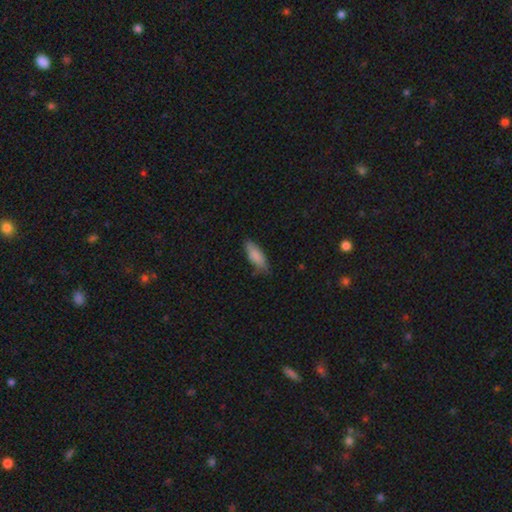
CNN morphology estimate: A smooth galaxy with no disk features (86%) that is in between round and cigar-shaped (65%).

Vote fractions:
- Smooth or featured? smooth: 86% / featured or disk: 8% / star or artifact: 7%
- How rounded? in between: 65% / cigar-shaped: 33% / round: 2%
- Merging? none: 73% / minor disturbance: 22% / major disturbance: 4% / merger: 2%